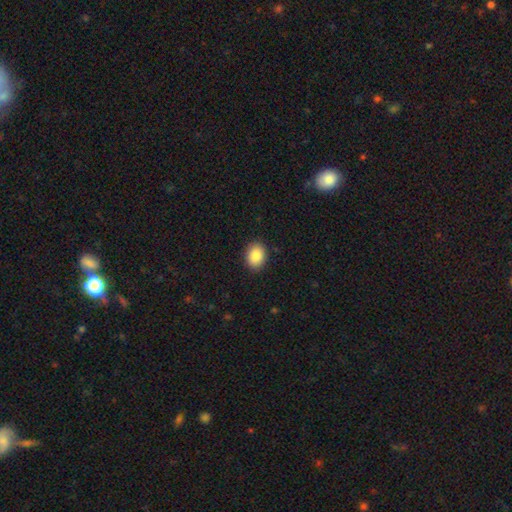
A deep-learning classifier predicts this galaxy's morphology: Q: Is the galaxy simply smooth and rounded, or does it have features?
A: smooth — 88%.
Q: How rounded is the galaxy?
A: in between — 65%.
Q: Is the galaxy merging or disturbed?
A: none — 90%.